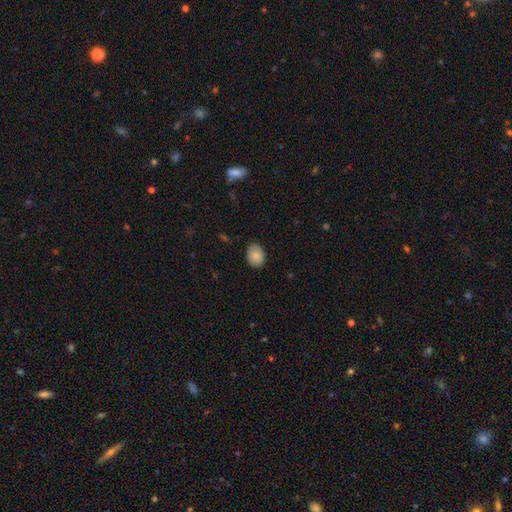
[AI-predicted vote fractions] smooth-or-featured: smooth: 86% | star or artifact: 7% | featured or disk: 6%
  how-rounded: in between: 64% | round: 35% | cigar-shaped: 1%
  merging: none: 83% | minor disturbance: 14% | major disturbance: 2% | merger: 1%